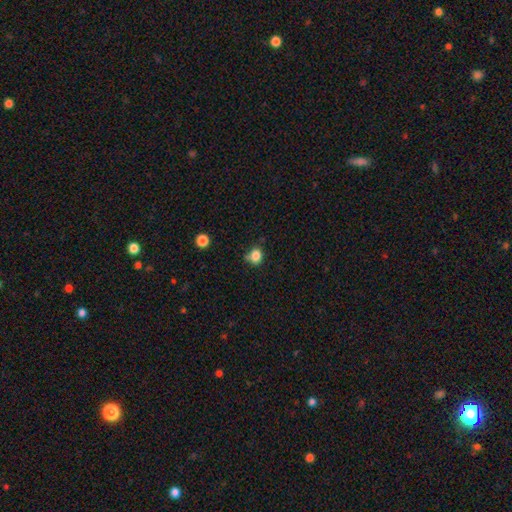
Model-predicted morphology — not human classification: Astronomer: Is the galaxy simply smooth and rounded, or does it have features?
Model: smooth — 82%.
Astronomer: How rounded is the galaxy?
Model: round — 64%.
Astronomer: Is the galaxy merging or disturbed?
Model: none — 60%.